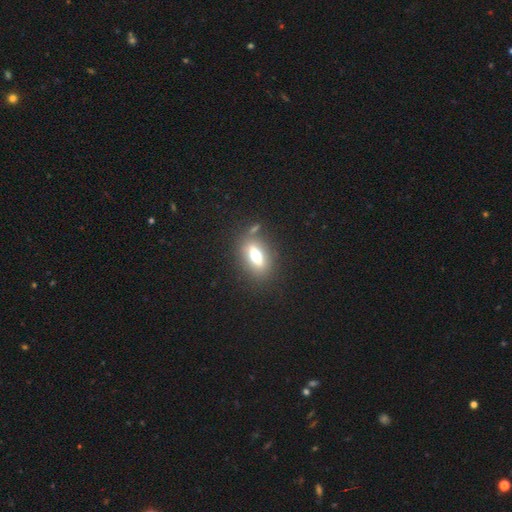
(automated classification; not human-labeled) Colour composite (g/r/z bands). It shows a smooth galaxy with no disk features (51%) that is in between round and cigar-shaped (67%). Merging: none (75%).